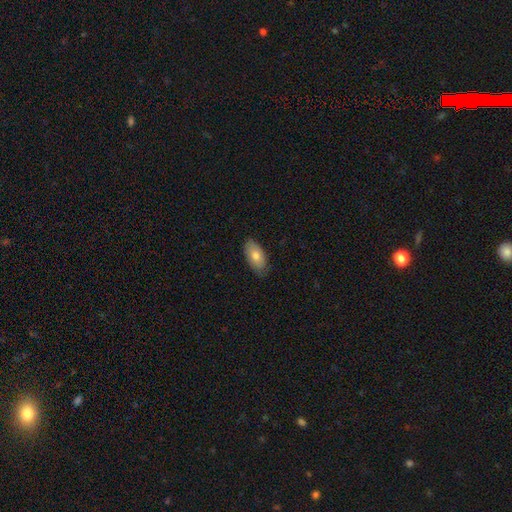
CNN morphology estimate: smooth_or_featured: smooth (p=0.72) [alt: featured or disk p=0.22]
how_rounded: in between (p=0.93) [alt: cigar-shaped p=0.03]
merging: none (p=0.79) [alt: minor disturbance p=0.17]